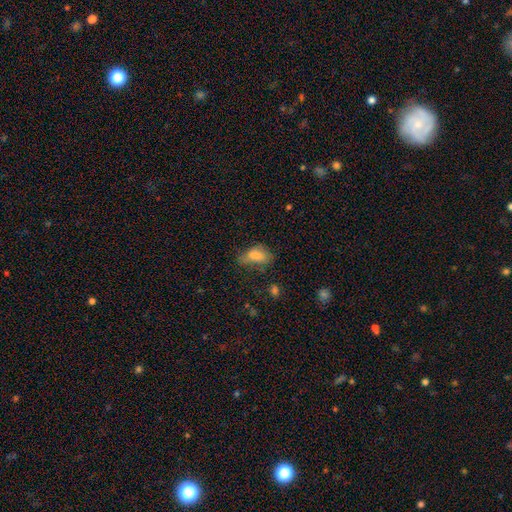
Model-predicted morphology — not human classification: This is likely a smooth galaxy (76%). How rounded: clearly in between (87%). Merging: marginally none (38%).